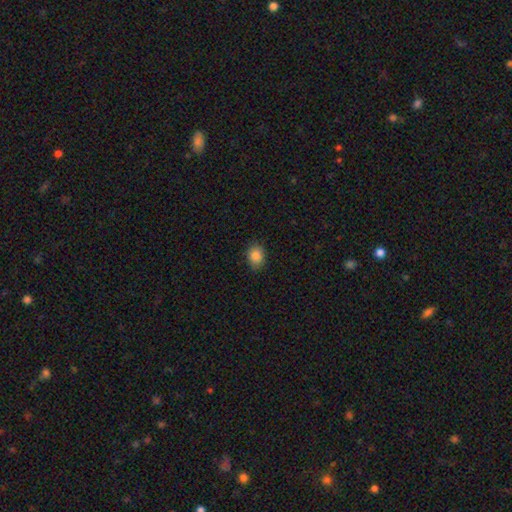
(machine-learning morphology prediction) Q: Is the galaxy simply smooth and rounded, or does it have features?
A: smooth — 85%.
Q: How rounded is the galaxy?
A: in between — 58%.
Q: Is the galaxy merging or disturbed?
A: none — 83%.